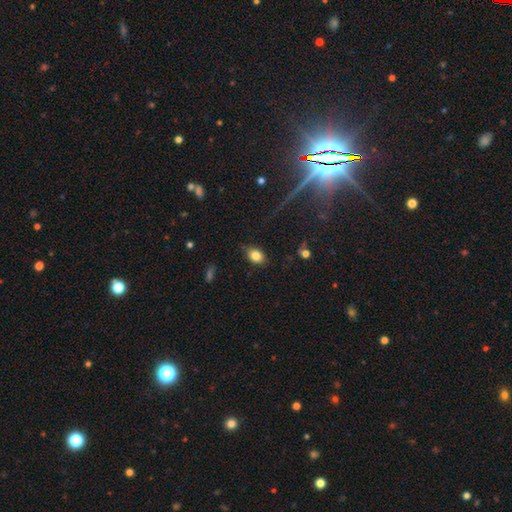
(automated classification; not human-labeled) Q: Smooth or featured?
A: smooth (82%); runner-up: star or artifact (10%)
Q: How rounded?
A: in between (76%); runner-up: round (22%)
Q: Merging?
A: none (79%); runner-up: minor disturbance (16%)